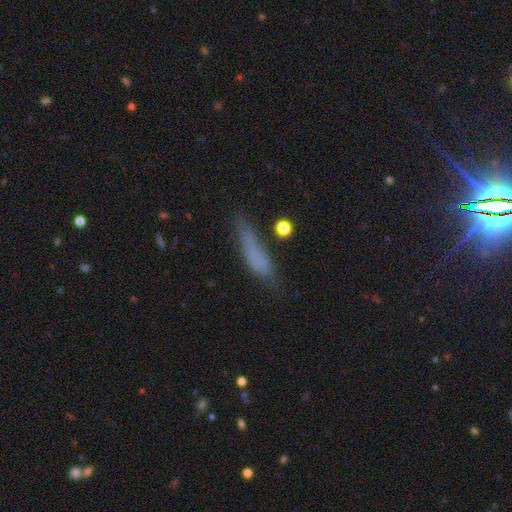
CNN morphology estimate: Smooth or featured: smooth — 67% (featured or disk — 21%)
How rounded: cigar-shaped — 72% (in between — 26%)
Merging: none — 56% (minor disturbance — 26%)